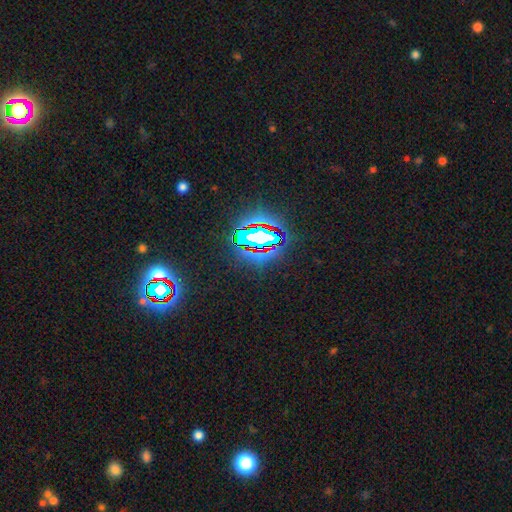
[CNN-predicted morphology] This is clearly a star or artifact rather than a galaxy (83%).